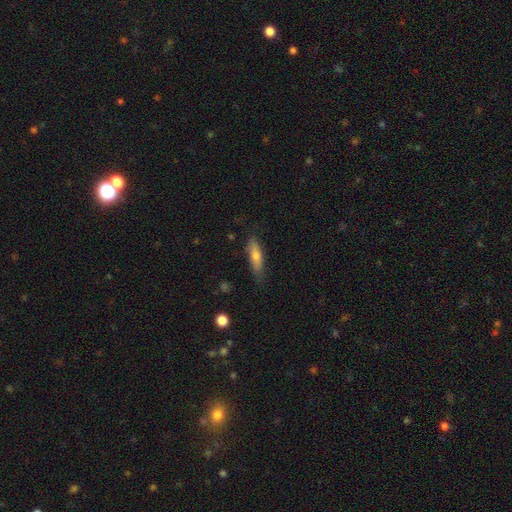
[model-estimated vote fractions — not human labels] smooth_or_featured: smooth (p=0.64) [alt: featured or disk p=0.29]
how_rounded: cigar-shaped (p=0.65) [alt: in between p=0.33]
merging: none (p=0.76) [alt: minor disturbance p=0.19]